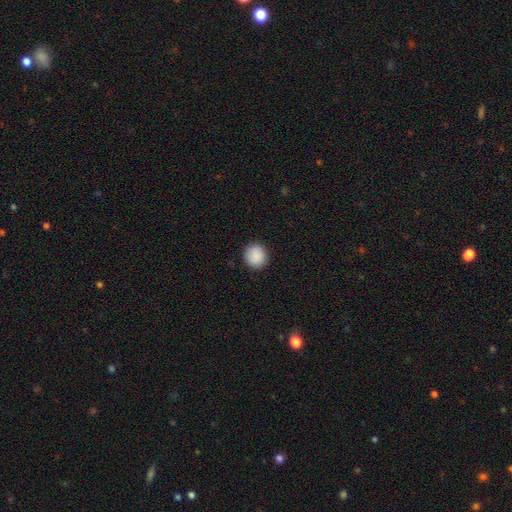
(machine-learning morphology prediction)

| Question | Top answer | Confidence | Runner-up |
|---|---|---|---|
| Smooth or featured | smooth | 90% | star or artifact (7%) |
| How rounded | round | 89% | in between (10%) |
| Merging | none | 91% | minor disturbance (6%) |